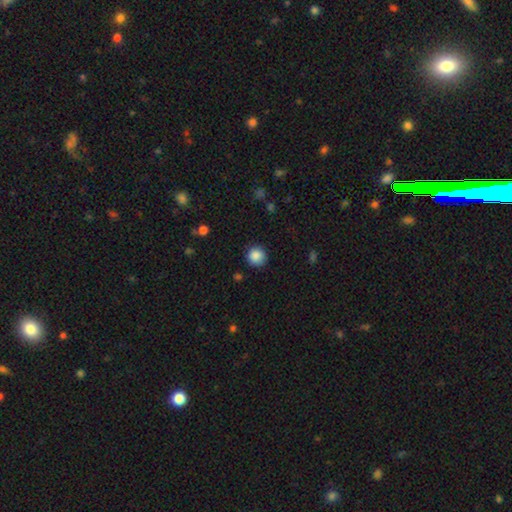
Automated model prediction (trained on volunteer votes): The model was most divided on "smooth or featured": smooth: 87%, star or artifact: 9%, featured or disk: 3%. More confident: how rounded — round (94%); merging — none (88%).